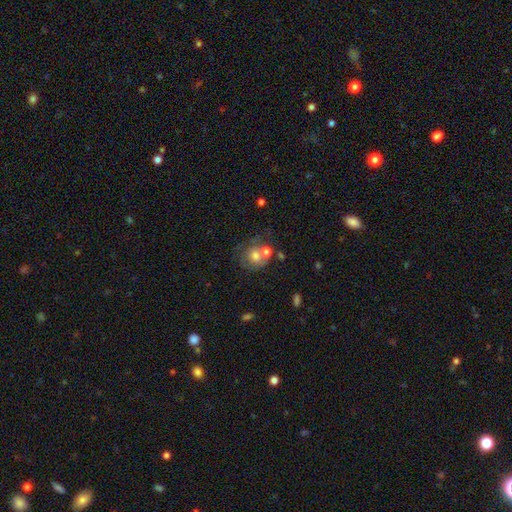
Smooth or featured: smooth — 74% (featured or disk — 21%)
How rounded: round — 83% (in between — 17%)
Merging: none — 49% (merger — 27%)